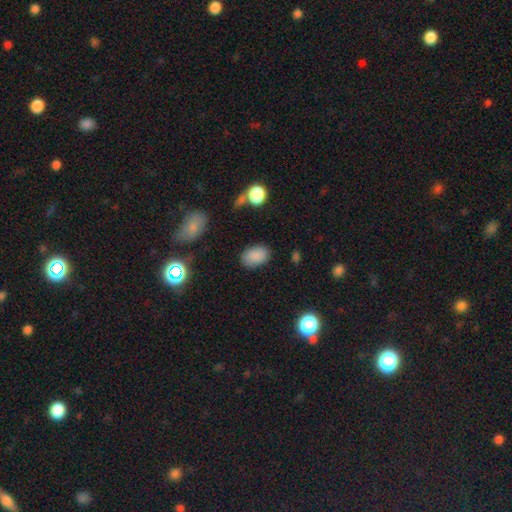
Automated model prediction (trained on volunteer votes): smooth 86%, star or artifact 9%, featured or disk 5%. Down the decision tree: how rounded — in between (88%); merging — none (83%).